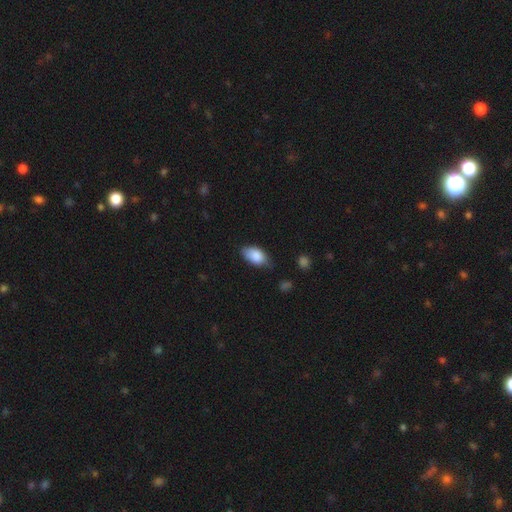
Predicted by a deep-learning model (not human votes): Overall: smooth (85%). How rounded: in between (93%). Merging: none (59%; minor disturbance 33%).